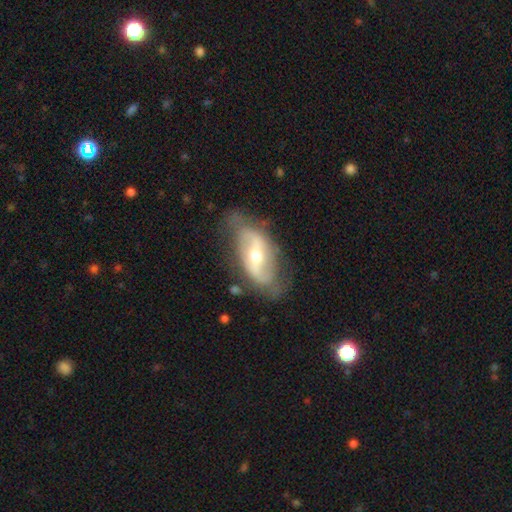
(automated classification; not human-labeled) Smooth or featured? Predicted: featured or disk (p=0.76). Edge-on disk? Predicted: no (p=0.92). Bar? Predicted: strong (p=0.38, tied with weak). Spiral arms? Predicted: yes (p=0.80). Spiral winding? Predicted: loose (p=0.45). Spiral arm count? Predicted: 2 (p=0.82). Bulge size? Predicted: moderate (p=0.59). Merging? Predicted: none (p=0.64).